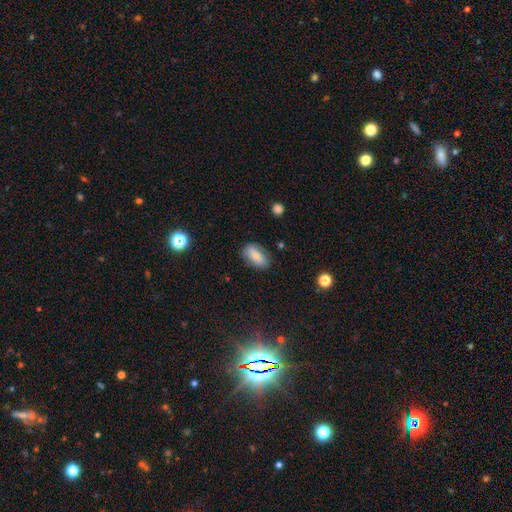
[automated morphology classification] smooth-or-featured: smooth: 68% | featured or disk: 24% | star or artifact: 9%
  how-rounded: in between: 89% | round: 6% | cigar-shaped: 5%
  merging: none: 76% | minor disturbance: 18% | major disturbance: 4% | merger: 2%